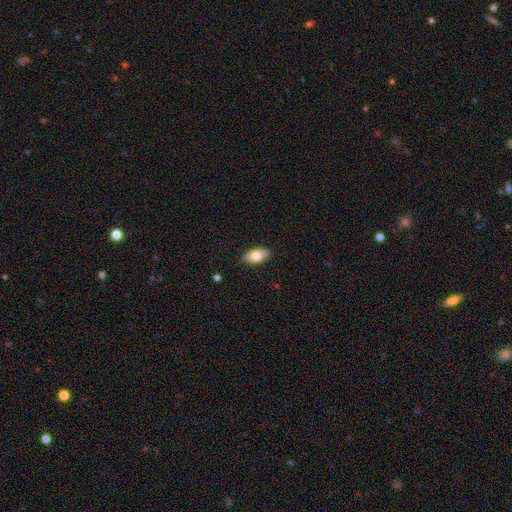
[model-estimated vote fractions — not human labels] Smooth or featured?
  - smooth: 77% *
  - featured or disk: 16%
  - star or artifact: 7%
How rounded?
  - in between: 91% *
  - cigar-shaped: 5%
  - round: 4%
Merging?
  - none: 87% *
  - minor disturbance: 10%
  - major disturbance: 2%
  - merger: 1%